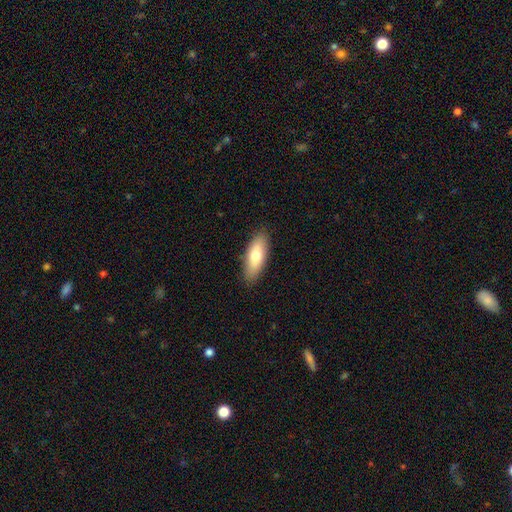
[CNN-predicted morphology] The model was most divided on "how rounded": in between: 71%, cigar-shaped: 27%, round: 2%. More confident: merging — none (87%); smooth or featured — smooth (75%).